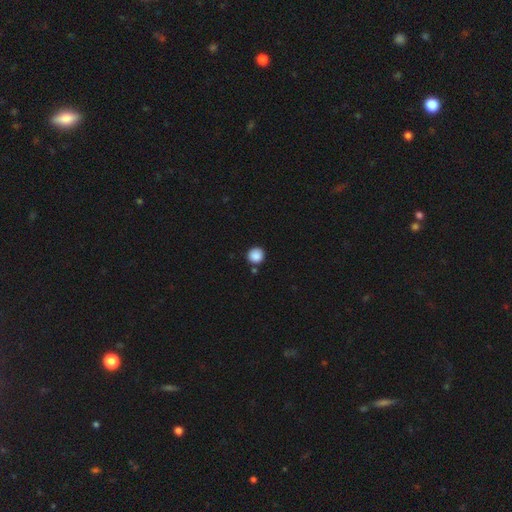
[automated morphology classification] Smooth or featured: smooth — 88% (star or artifact — 9%)
How rounded: round — 94% (in between — 5%)
Merging: none — 85% (minor disturbance — 8%)